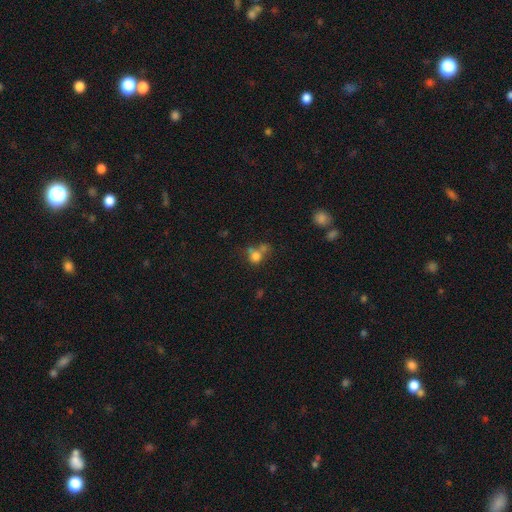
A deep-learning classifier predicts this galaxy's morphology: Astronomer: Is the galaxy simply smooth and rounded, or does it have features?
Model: smooth — 73%.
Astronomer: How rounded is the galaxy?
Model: round — 71%.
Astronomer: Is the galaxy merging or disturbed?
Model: merger — 39% (runner-up: none, 37%).